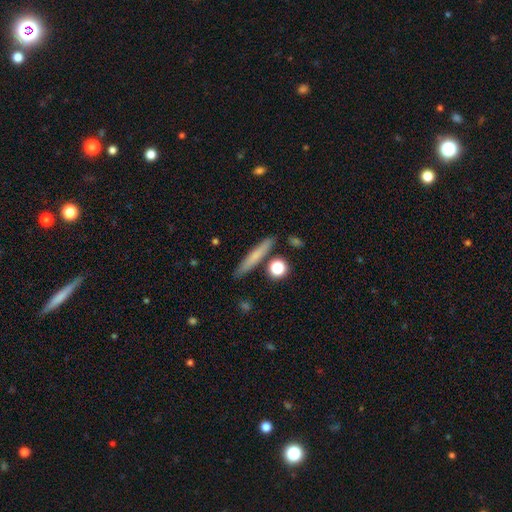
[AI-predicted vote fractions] Smooth or featured?
  - smooth: 65% *
  - featured or disk: 28%
  - star or artifact: 8%
How rounded?
  - cigar-shaped: 91% *
  - in between: 6%
  - round: 3%
Merging?
  - none: 84% *
  - minor disturbance: 9%
  - merger: 5%
  - major disturbance: 2%